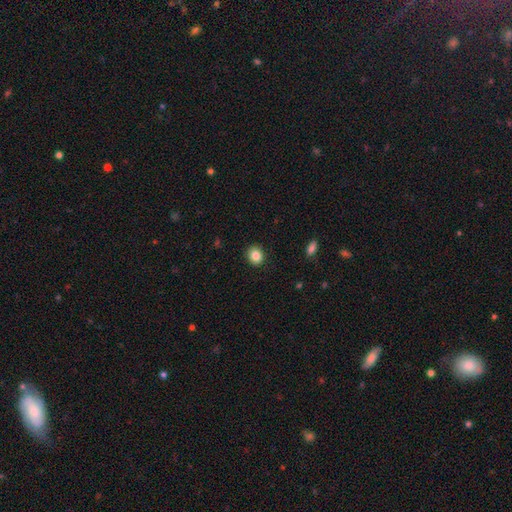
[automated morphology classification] A smooth galaxy with no disk features (86%) that is round (70%).

Vote fractions:
- Smooth or featured? smooth: 86% / star or artifact: 10% / featured or disk: 5%
- How rounded? round: 70% / in between: 29% / cigar-shaped: 1%
- Merging? none: 90% / minor disturbance: 7% / major disturbance: 2% / merger: 1%